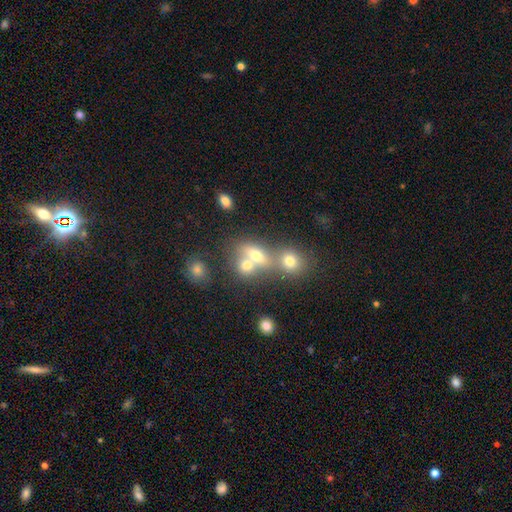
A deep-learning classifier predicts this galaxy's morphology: This is likely a smooth galaxy (68%). How rounded: possibly in between (50%). Merging: possibly merger (56%).